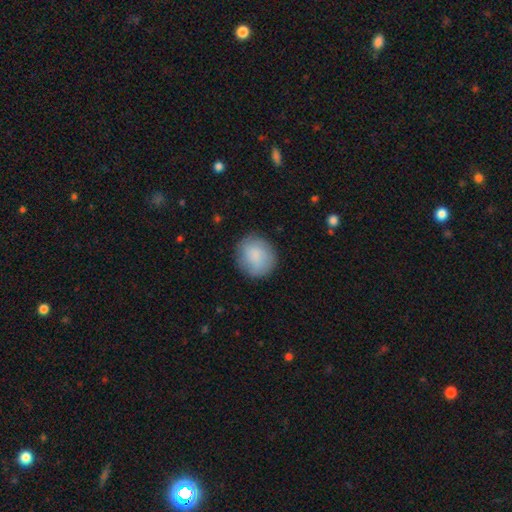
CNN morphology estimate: A smooth galaxy with no disk features (82%) that is round (81%).

Vote fractions:
- Smooth or featured? smooth: 82% / featured or disk: 12% / star or artifact: 6%
- How rounded? round: 81% / in between: 18% / cigar-shaped: 1%
- Merging? none: 83% / minor disturbance: 12% / major disturbance: 3% / merger: 1%